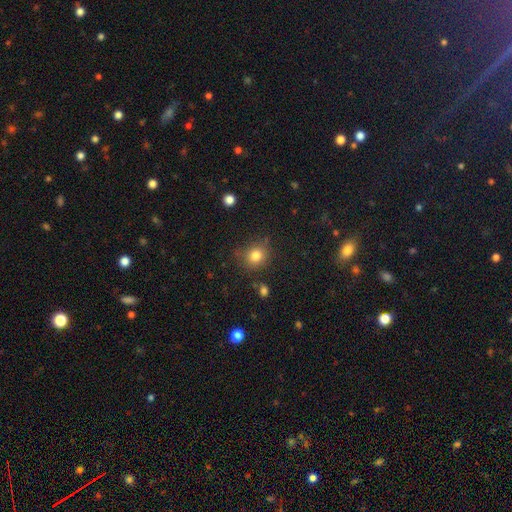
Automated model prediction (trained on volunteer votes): smooth_or_featured: smooth (p=0.81) [alt: star or artifact p=0.12]
how_rounded: round (p=0.80) [alt: in between p=0.19]
merging: none (p=0.79) [alt: minor disturbance p=0.14]